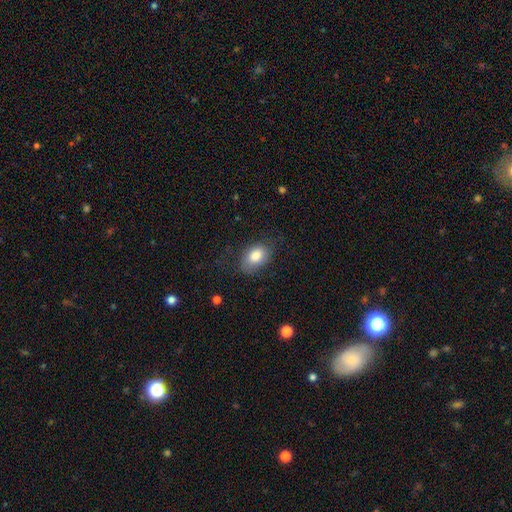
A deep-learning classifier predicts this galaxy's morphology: smooth-or-featured: smooth: 81% | featured or disk: 11% | star or artifact: 7%
  how-rounded: in between: 83% | round: 16% | cigar-shaped: 1%
  merging: none: 68% | minor disturbance: 22% | major disturbance: 9% | merger: 1%